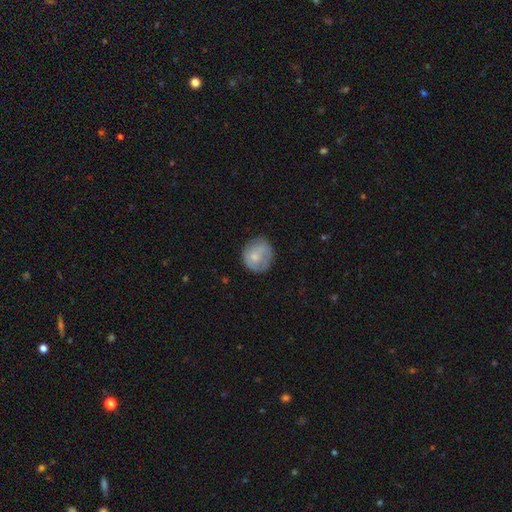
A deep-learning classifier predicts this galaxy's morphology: type=smooth (66%); roundness=round (77%); merging=none (68%).